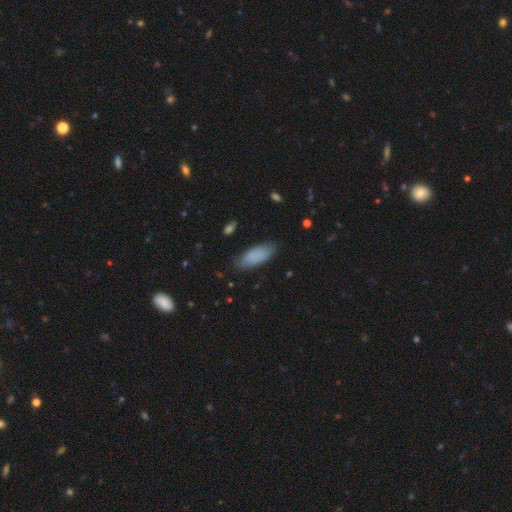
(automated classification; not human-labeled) A smooth galaxy with no disk features (87%) that is in between round and cigar-shaped (79%).

Vote fractions:
- Smooth or featured? smooth: 87% / featured or disk: 7% / star or artifact: 6%
- How rounded? in between: 79% / cigar-shaped: 20% / round: 2%
- Merging? none: 82% / minor disturbance: 13% / major disturbance: 3% / merger: 1%